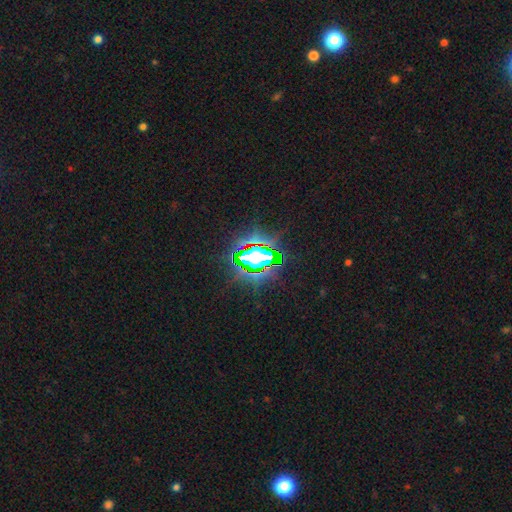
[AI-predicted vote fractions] Smooth or featured: star or artifact — 72% (smooth — 16%)